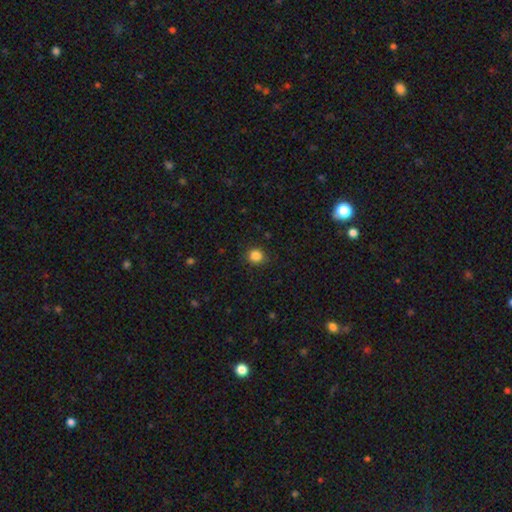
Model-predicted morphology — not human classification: smooth 85%, star or artifact 11%, featured or disk 3%. Down the decision tree: how rounded — round (88%); merging — none (88%).